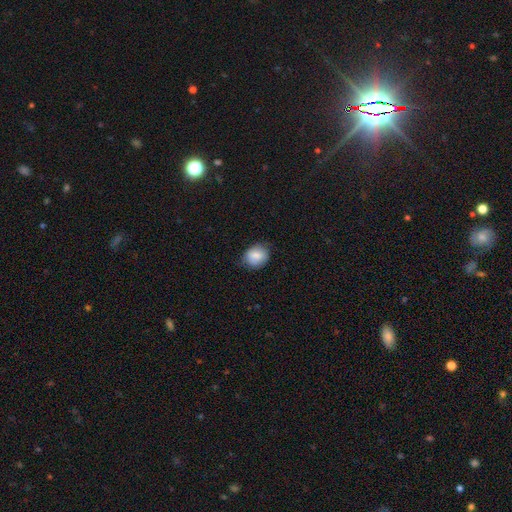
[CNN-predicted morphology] The model was most divided on "how rounded": round: 51%, in between: 48%, cigar-shaped: 1%. More confident: smooth or featured — smooth (80%); merging — none (71%).